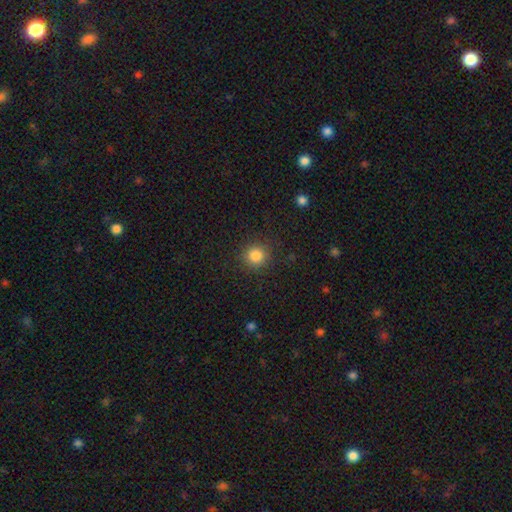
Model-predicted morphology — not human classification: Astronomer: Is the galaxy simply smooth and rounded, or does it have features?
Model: smooth — 84%.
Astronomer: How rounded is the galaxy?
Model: round — 93%.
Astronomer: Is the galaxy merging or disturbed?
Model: none — 89%.